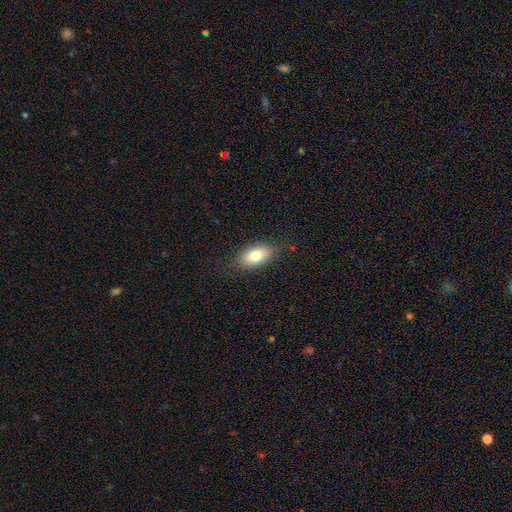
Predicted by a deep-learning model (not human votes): smooth-or-featured: smooth: 79% | featured or disk: 13% | star or artifact: 8%
  how-rounded: in between: 90% | round: 5% | cigar-shaped: 5%
  merging: none: 83% | minor disturbance: 13% | major disturbance: 3% | merger: 1%